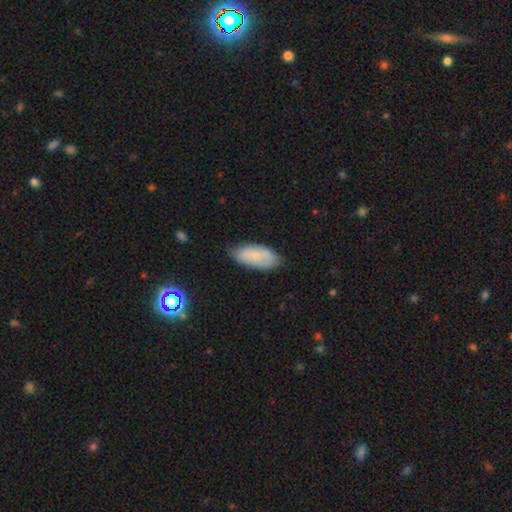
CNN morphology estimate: A smooth galaxy with no disk features (67%) that is in between round and cigar-shaped (90%).

Vote fractions:
- Smooth or featured? smooth: 67% / featured or disk: 26% / star or artifact: 7%
- How rounded? in between: 90% / cigar-shaped: 8% / round: 2%
- Merging? none: 75% / minor disturbance: 20% / major disturbance: 3% / merger: 2%